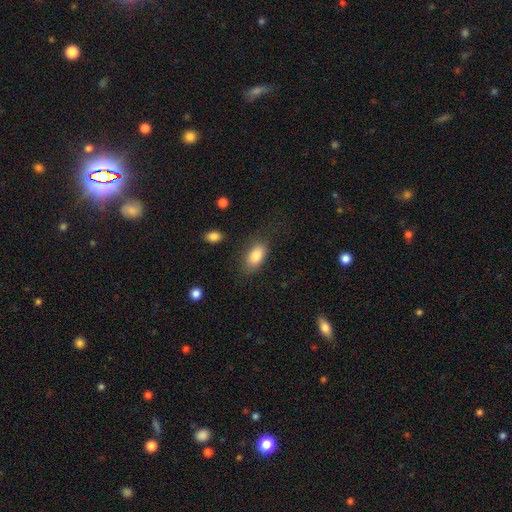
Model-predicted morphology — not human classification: A smooth galaxy with no disk features (84%) that is in between round and cigar-shaped (91%).

Vote fractions:
- Smooth or featured? smooth: 84% / featured or disk: 9% / star or artifact: 7%
- How rounded? in between: 91% / round: 5% / cigar-shaped: 3%
- Merging? none: 75% / minor disturbance: 17% / major disturbance: 6% / merger: 2%